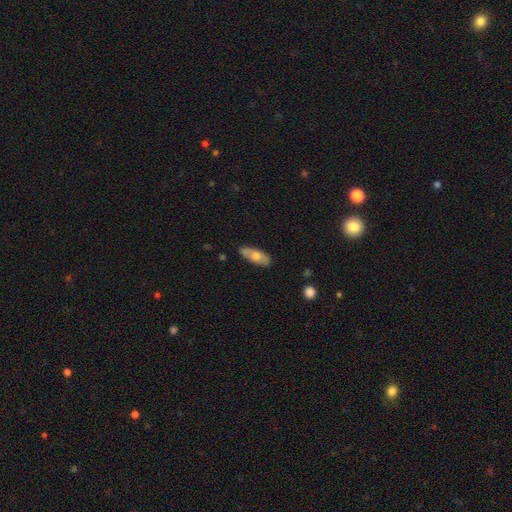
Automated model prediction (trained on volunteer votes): Overall: smooth (55%; featured or disk 38%). How rounded: in between (74%). Merging: none (79%).